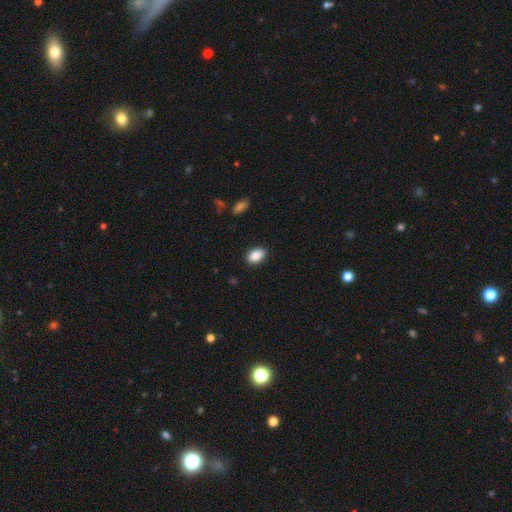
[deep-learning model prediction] Smooth or featured?
  - smooth: 88% *
  - star or artifact: 8%
  - featured or disk: 4%
How rounded?
  - in between: 87% *
  - round: 12%
  - cigar-shaped: 1%
Merging?
  - none: 87% *
  - minor disturbance: 10%
  - major disturbance: 2%
  - merger: 1%